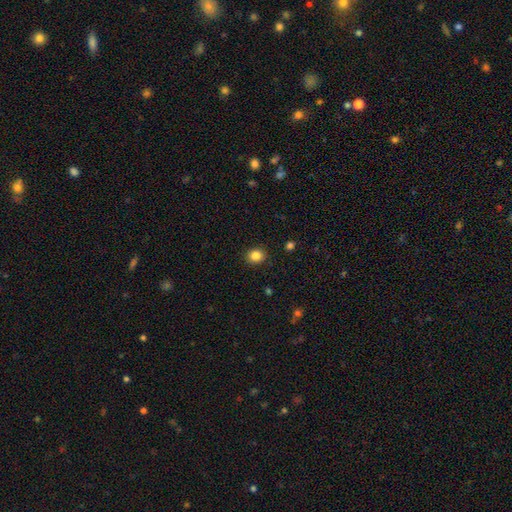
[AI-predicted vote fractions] This is clearly a smooth galaxy (84%). How rounded: likely round (73%). Merging: clearly none (90%).